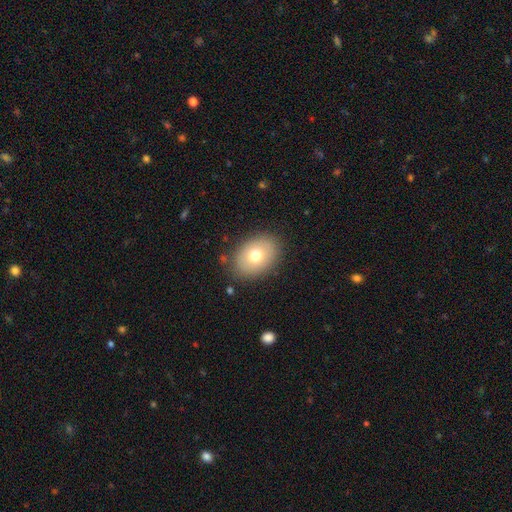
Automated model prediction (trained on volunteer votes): Smooth or featured? smooth (72%)
How rounded? in between (76%)
Merging? none (85%)